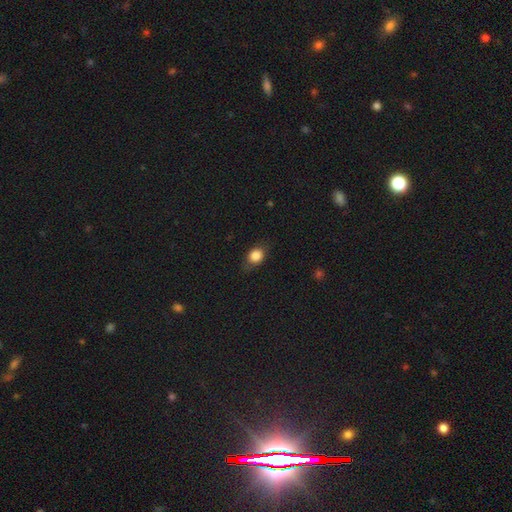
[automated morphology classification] smooth_or_featured: smooth (p=0.82) [alt: star or artifact p=0.10]
how_rounded: in between (p=0.51) [alt: round p=0.47]
merging: none (p=0.73) [alt: minor disturbance p=0.20]